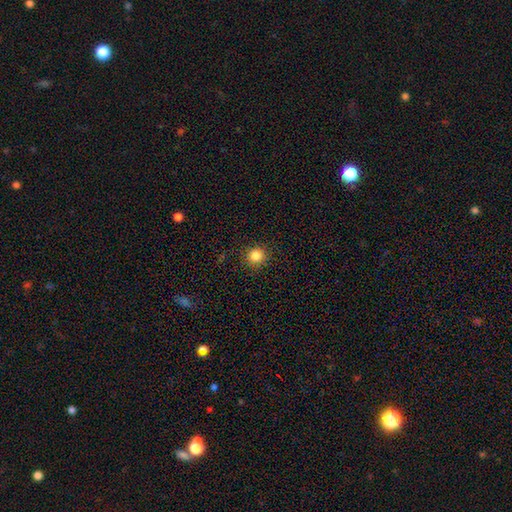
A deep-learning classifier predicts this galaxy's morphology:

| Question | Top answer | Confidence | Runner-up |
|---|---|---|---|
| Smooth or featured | smooth | 84% | star or artifact (11%) |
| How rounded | round | 91% | in between (8%) |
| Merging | none | 90% | minor disturbance (7%) |